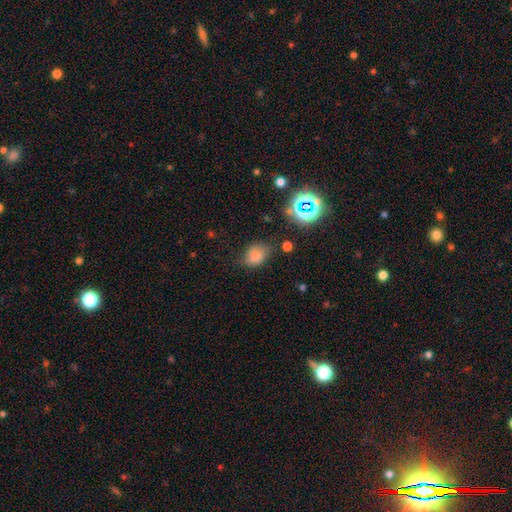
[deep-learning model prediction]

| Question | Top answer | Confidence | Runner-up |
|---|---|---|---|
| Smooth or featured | smooth | 75% | star or artifact (16%) |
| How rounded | in between | 70% | round (29%) |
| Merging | none | 61% | minor disturbance (27%) |